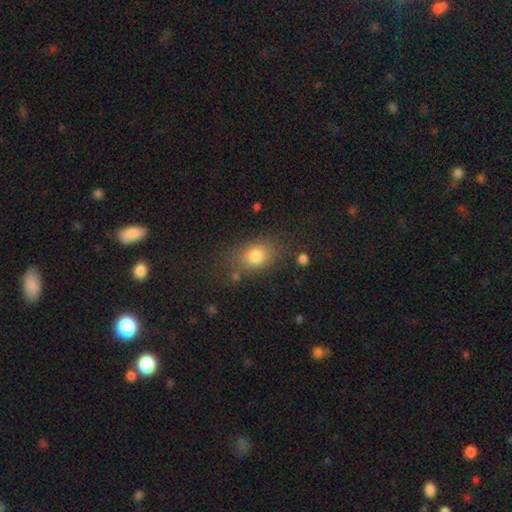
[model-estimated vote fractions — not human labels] Overall: smooth (80%). How rounded: in between (67%; round 31%). Merging: none (70%).